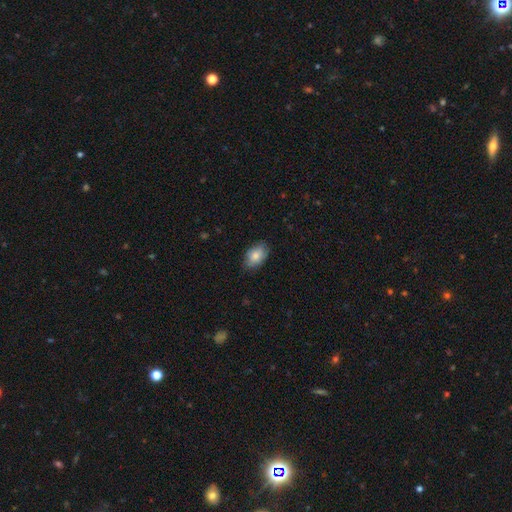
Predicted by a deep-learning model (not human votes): Smooth or featured?
  - smooth: 82% *
  - featured or disk: 11%
  - star or artifact: 7%
How rounded?
  - in between: 88% *
  - round: 11%
  - cigar-shaped: 1%
Merging?
  - none: 79% *
  - minor disturbance: 17%
  - major disturbance: 3%
  - merger: 1%